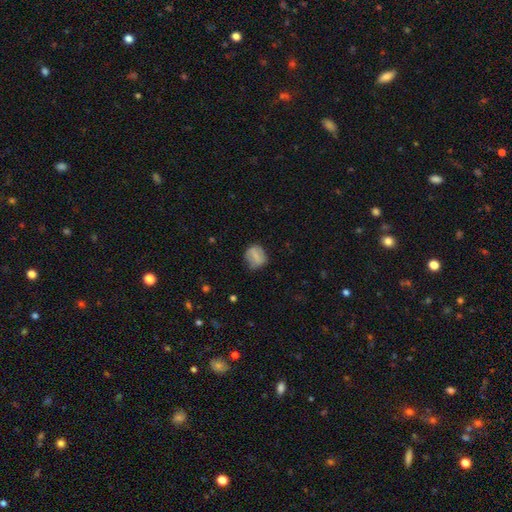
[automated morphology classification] The model was most divided on "how rounded": round: 63%, in between: 35%, cigar-shaped: 2%. More confident: merging — none (72%); smooth or featured — smooth (63%).